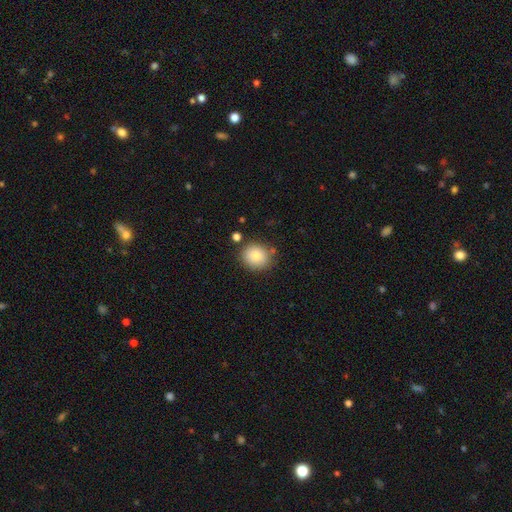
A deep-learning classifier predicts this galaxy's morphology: smooth 82%, star or artifact 9%, featured or disk 8%. Down the decision tree: how rounded — round (79%); merging — none (80%).